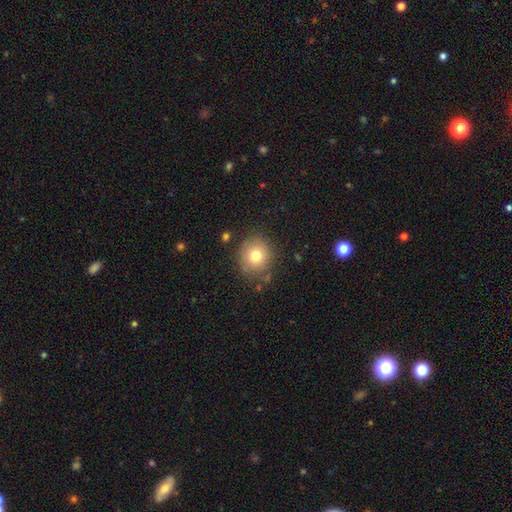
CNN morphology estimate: Smooth or featured?
  - smooth: 77% *
  - featured or disk: 13%
  - star or artifact: 11%
How rounded?
  - round: 88% *
  - in between: 11%
  - cigar-shaped: 1%
Merging?
  - none: 80% *
  - minor disturbance: 13%
  - major disturbance: 4%
  - merger: 3%